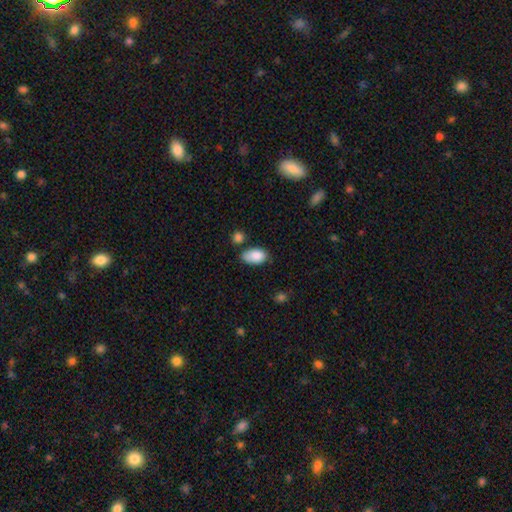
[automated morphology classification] smooth-or-featured: smooth: 86% | star or artifact: 7% | featured or disk: 7%
  how-rounded: in between: 92% | round: 6% | cigar-shaped: 1%
  merging: none: 54% | minor disturbance: 30% | merger: 8% | major disturbance: 7%